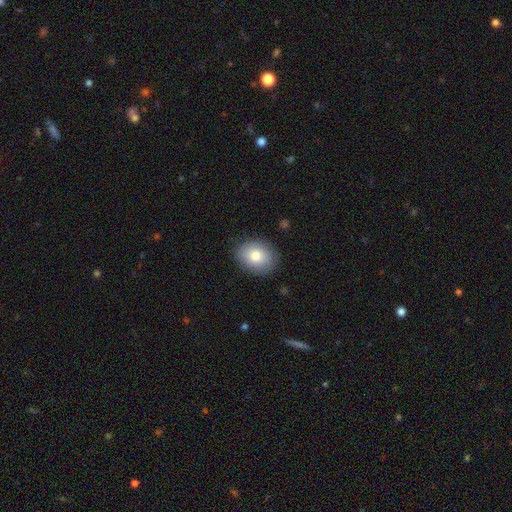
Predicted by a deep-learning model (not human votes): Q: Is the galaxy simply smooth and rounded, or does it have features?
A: smooth — 79%.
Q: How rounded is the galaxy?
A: in between — 56%.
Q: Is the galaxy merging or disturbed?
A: none — 86%.